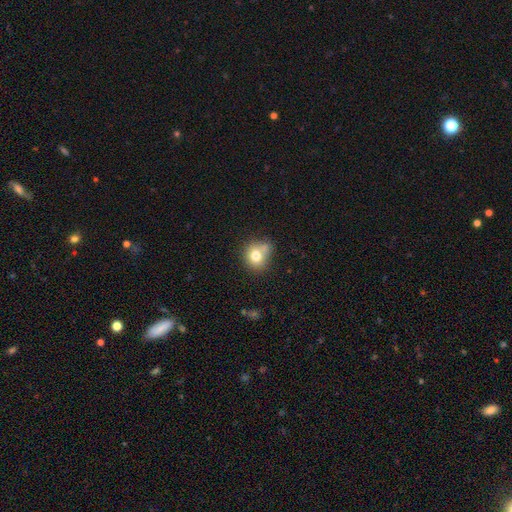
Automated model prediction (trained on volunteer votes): Smooth or featured?
  - smooth: 75% *
  - featured or disk: 14%
  - star or artifact: 12%
How rounded?
  - round: 73% *
  - in between: 26%
  - cigar-shaped: 1%
Merging?
  - none: 52% *
  - minor disturbance: 23%
  - merger: 17%
  - major disturbance: 8%